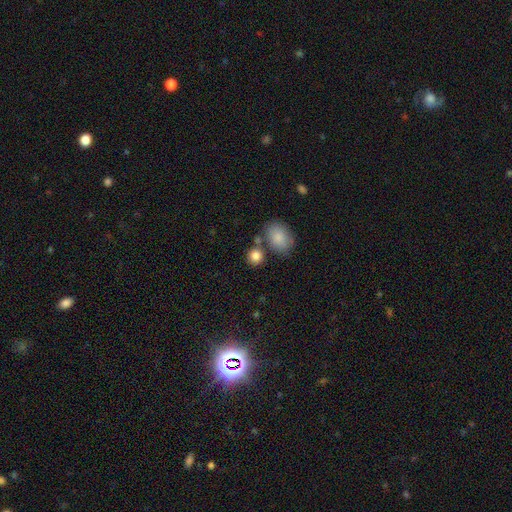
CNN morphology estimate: Smooth or featured?
  - smooth: 85% *
  - star or artifact: 9%
  - featured or disk: 6%
How rounded?
  - round: 80% *
  - in between: 19%
  - cigar-shaped: 1%
Merging?
  - none: 68% *
  - merger: 18%
  - minor disturbance: 11%
  - major disturbance: 4%